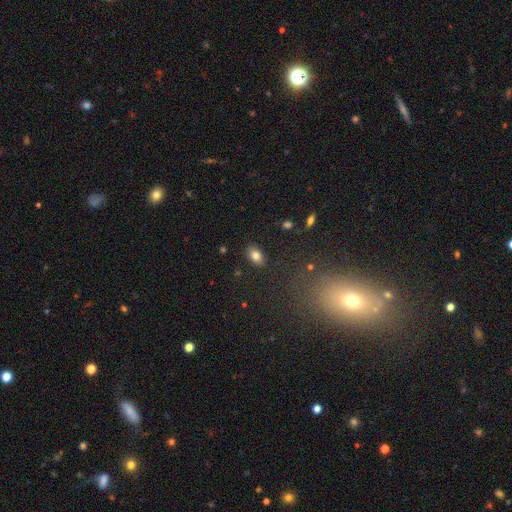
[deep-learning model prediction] smooth_or_featured: smooth (p=0.80) [alt: featured or disk p=0.10]
how_rounded: in between (p=0.90) [alt: round p=0.07]
merging: none (p=0.87) [alt: minor disturbance p=0.09]